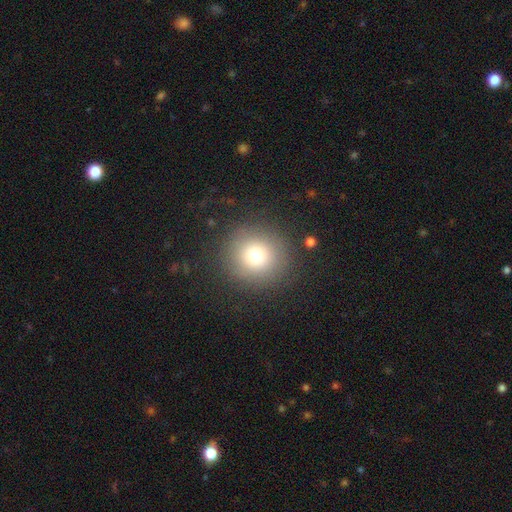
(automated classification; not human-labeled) Smooth or featured: smooth — 75% (star or artifact — 15%)
How rounded: round — 95% (in between — 4%)
Merging: none — 87% (minor disturbance — 7%)